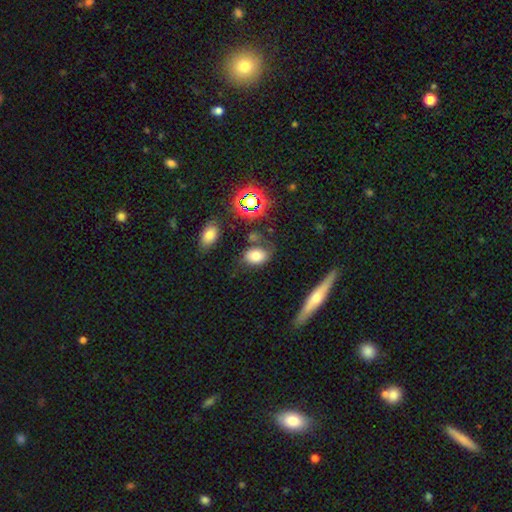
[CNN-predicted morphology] This is likely a smooth galaxy (73%). How rounded: likely in between (79%). Merging: likely none (61%).